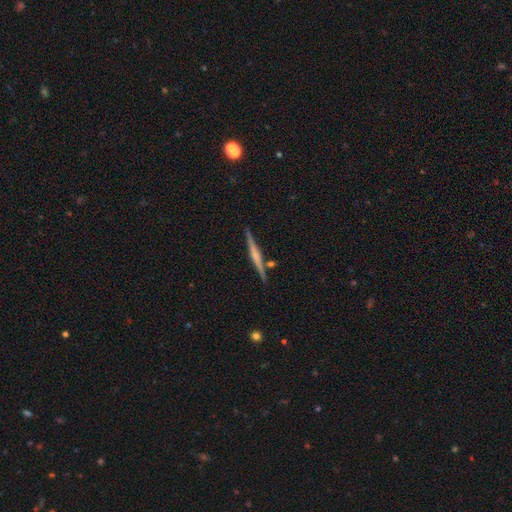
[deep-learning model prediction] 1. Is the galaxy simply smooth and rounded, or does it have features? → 68% featured or disk, 27% smooth, 6% star or artifact.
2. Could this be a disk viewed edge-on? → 98% yes, 2% no.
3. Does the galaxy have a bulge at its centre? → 47% rounded, 32% none, 21% boxy.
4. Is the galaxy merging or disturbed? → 87% none, 7% minor disturbance, 4% merger, 2% major disturbance.